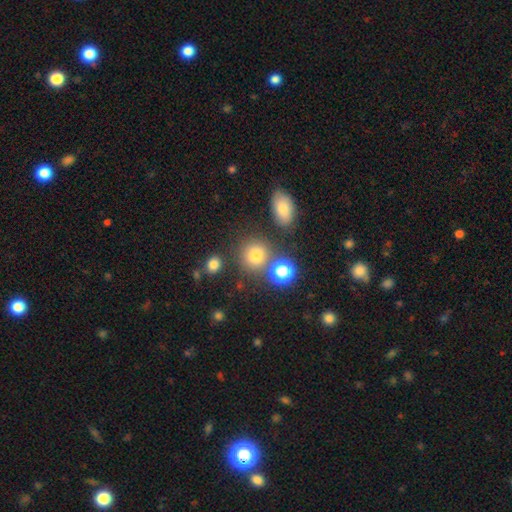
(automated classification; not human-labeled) This is likely a smooth galaxy (74%). How rounded: clearly round (86%). Merging: likely none (75%).